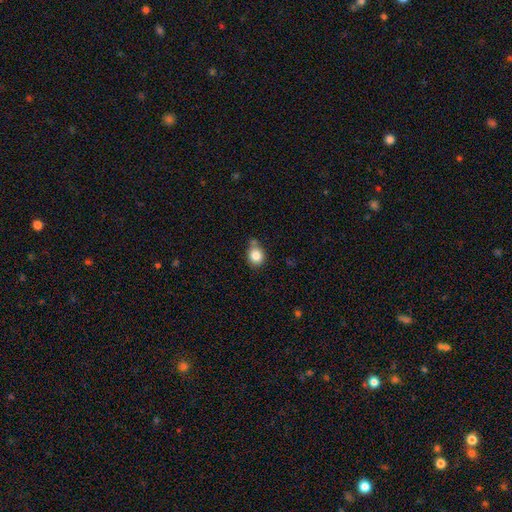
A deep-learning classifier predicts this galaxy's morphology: A smooth galaxy with no disk features (84%) that is round (74%).

Vote fractions:
- Smooth or featured? smooth: 84% / star or artifact: 10% / featured or disk: 6%
- How rounded? round: 74% / in between: 25% / cigar-shaped: 1%
- Merging? none: 61% / minor disturbance: 20% / merger: 13% / major disturbance: 5%